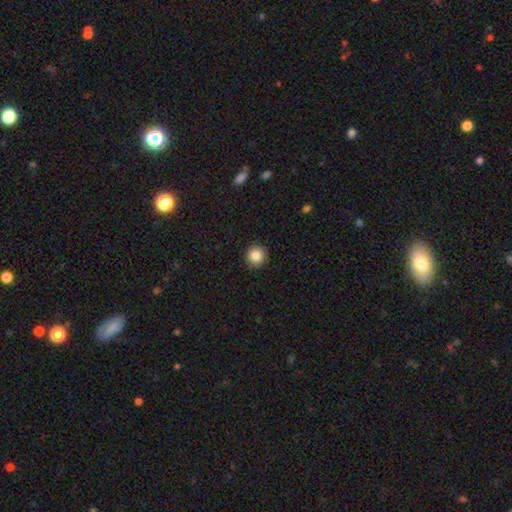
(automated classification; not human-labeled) Q: Smooth or featured?
A: smooth (84%); runner-up: star or artifact (10%)
Q: How rounded?
A: round (90%); runner-up: in between (9%)
Q: Merging?
A: none (91%); runner-up: minor disturbance (6%)